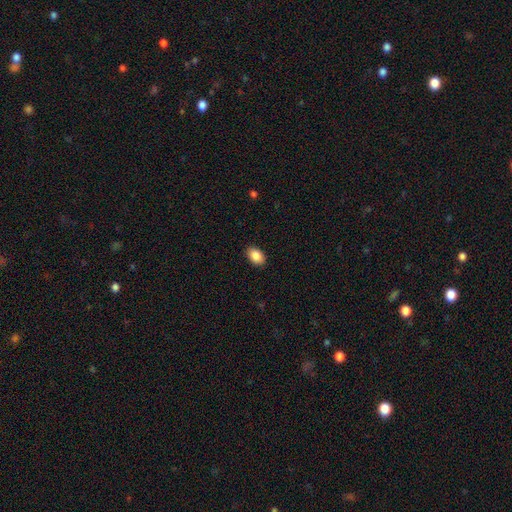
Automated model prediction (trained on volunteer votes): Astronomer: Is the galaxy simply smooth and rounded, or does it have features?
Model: smooth — 88%.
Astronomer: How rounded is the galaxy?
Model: in between — 85%.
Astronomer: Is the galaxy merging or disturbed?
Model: none — 89%.